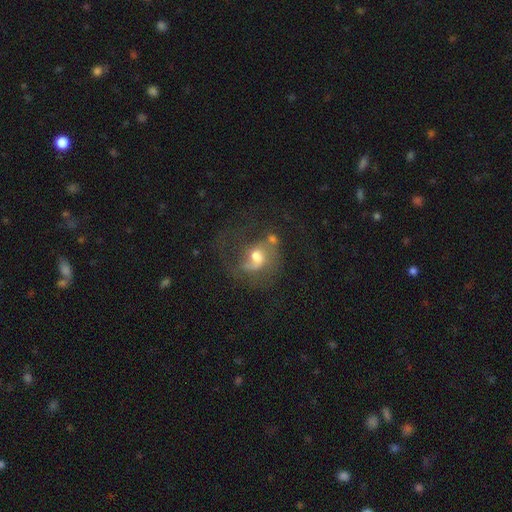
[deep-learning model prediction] Smooth or featured: featured or disk — 62% (smooth — 26%)
Edge-on disk: no — 97% (yes — 3%)
Bar: no — 55% (weak — 37%)
Spiral arms: yes — 72% (no — 28%)
Bulge size: moderate — 61% (small — 17%)
Merging: major disturbance — 35% (none — 31%)